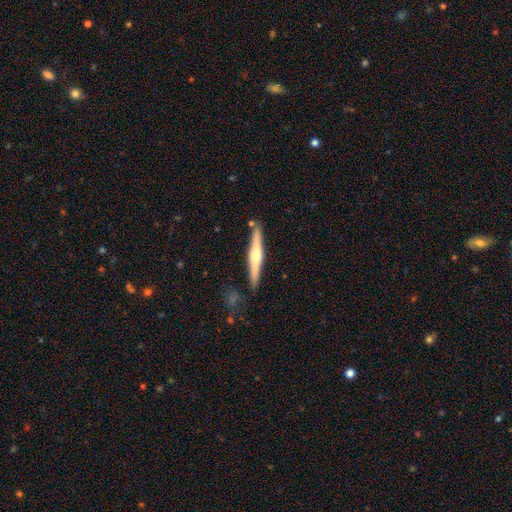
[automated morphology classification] Smooth or featured: featured or disk — 57% (smooth — 37%)
Edge-on disk: yes — 97% (no — 3%)
Edge-on bulge: rounded — 85% (none — 9%)
Merging: none — 85% (minor disturbance — 10%)